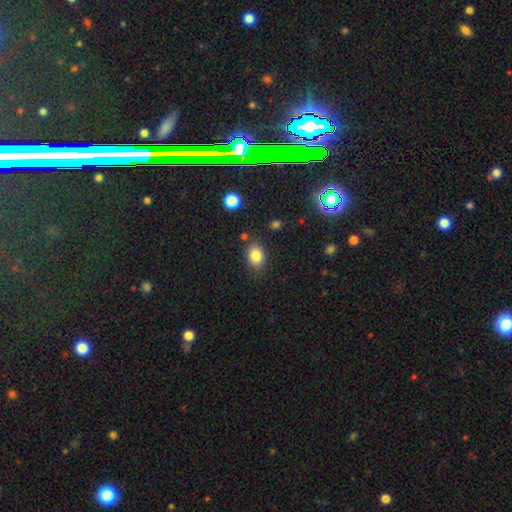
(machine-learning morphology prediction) smooth 83%, star or artifact 10%, featured or disk 7%. Down the decision tree: how rounded — in between (70%); merging — none (80%).